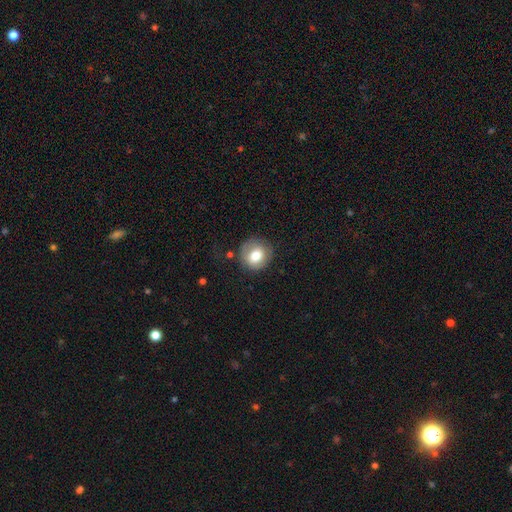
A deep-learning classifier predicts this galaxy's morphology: Smooth or featured? Predicted: smooth (p=0.75). How rounded? Predicted: round (p=0.84). Merging? Predicted: none (p=0.75).